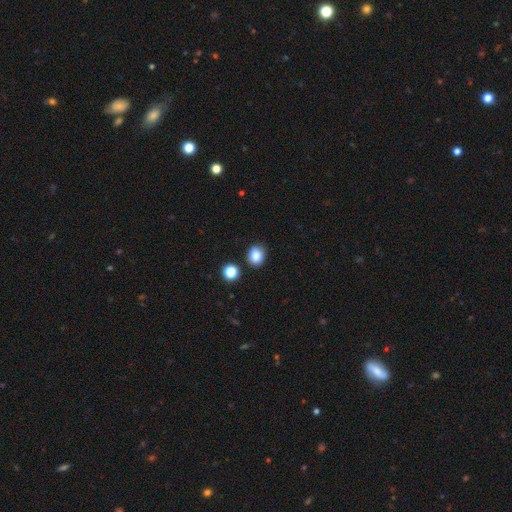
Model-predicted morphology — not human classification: Smooth or featured? Predicted: smooth (p=0.84). How rounded? Predicted: round (p=0.58). Merging? Predicted: none (p=0.81).